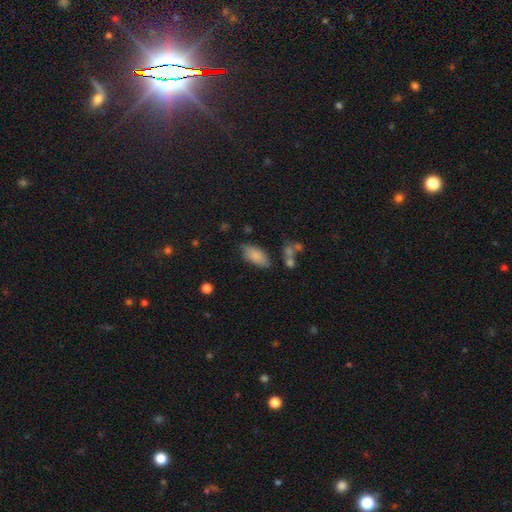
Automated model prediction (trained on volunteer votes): This appears to be a smooth galaxy with no disk features (84%) that is in between round and cigar-shaped (90%). Merging: none (72%).